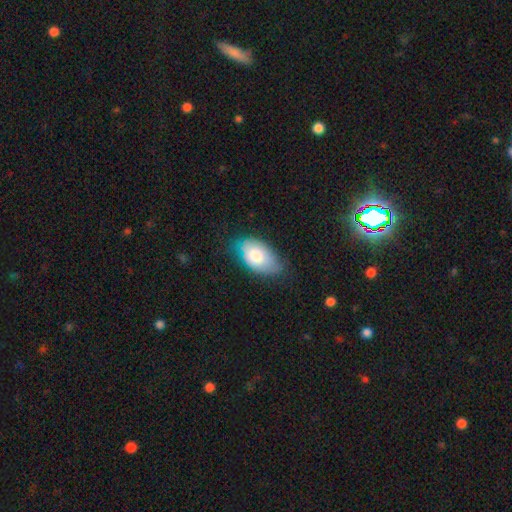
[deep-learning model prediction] smooth_or_featured: smooth (p=0.74) [alt: featured or disk p=0.19]
how_rounded: in between (p=0.92) [alt: round p=0.06]
merging: none (p=0.58) [alt: minor disturbance p=0.33]